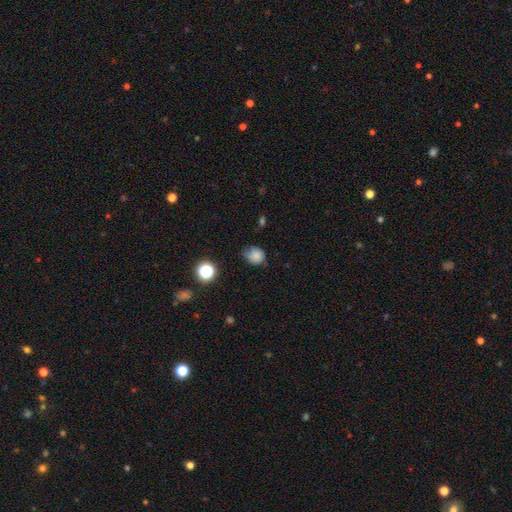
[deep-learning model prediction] A smooth galaxy with no disk features (80%) that is round (71%).

Vote fractions:
- Smooth or featured? smooth: 80% / star or artifact: 12% / featured or disk: 8%
- How rounded? round: 71% / in between: 28% / cigar-shaped: 1%
- Merging? none: 58% / minor disturbance: 32% / major disturbance: 8% / merger: 2%